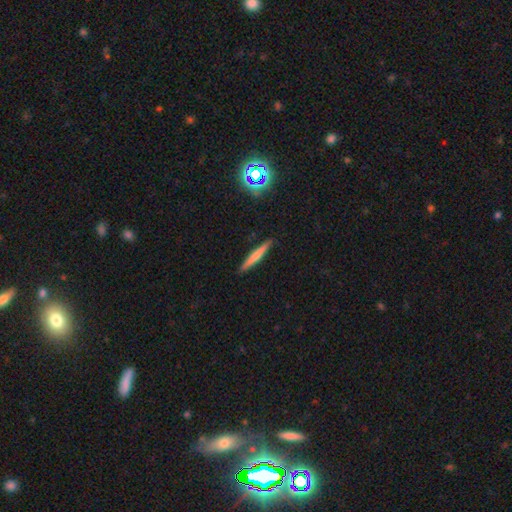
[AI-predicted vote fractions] Smooth or featured? Predicted: smooth (p=0.61). How rounded? Predicted: cigar-shaped (p=0.95). Merging? Predicted: none (p=0.90).